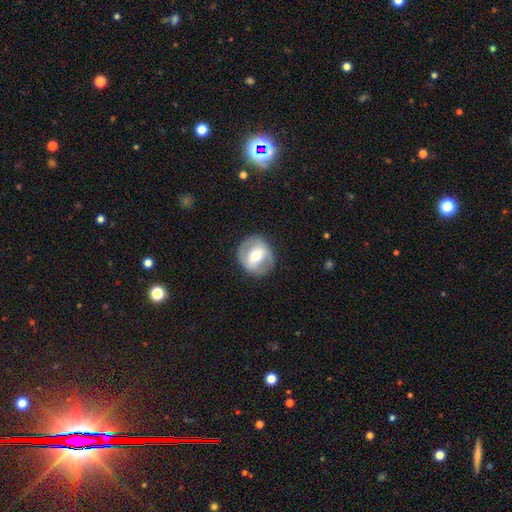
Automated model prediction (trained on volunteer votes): This is possibly a featured or disk galaxy (54%). It is clearly not viewed edge-on (93%). Bar: marginally strong (41%). Spiral arm pattern: likely no (64%). Central bulge: likely moderate (72%). Merging: clearly none (84%).